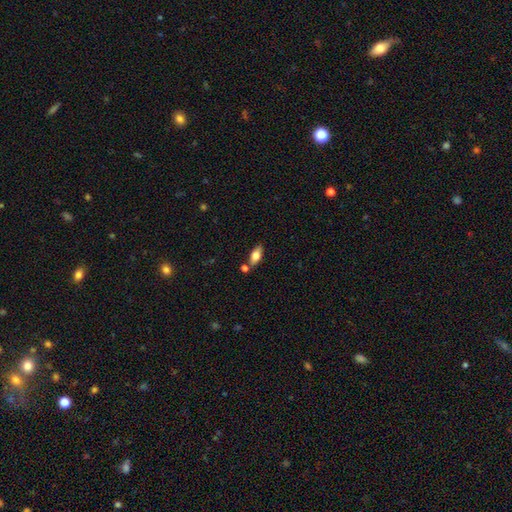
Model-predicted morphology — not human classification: A smooth galaxy with no disk features (71%) that is in between round and cigar-shaped (83%). Merging: none (73%).